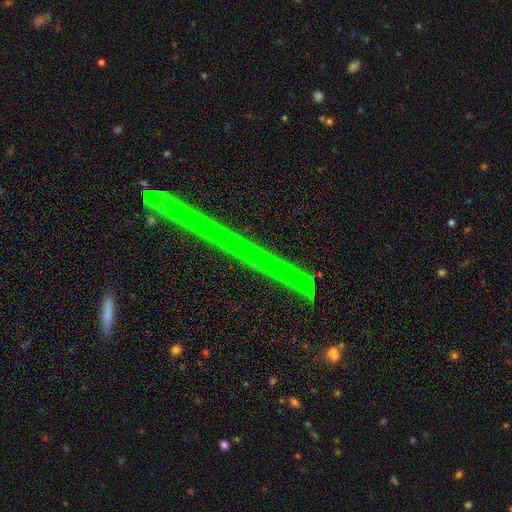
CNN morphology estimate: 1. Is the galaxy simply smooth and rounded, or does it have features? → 78% star or artifact, 14% featured or disk, 8% smooth.